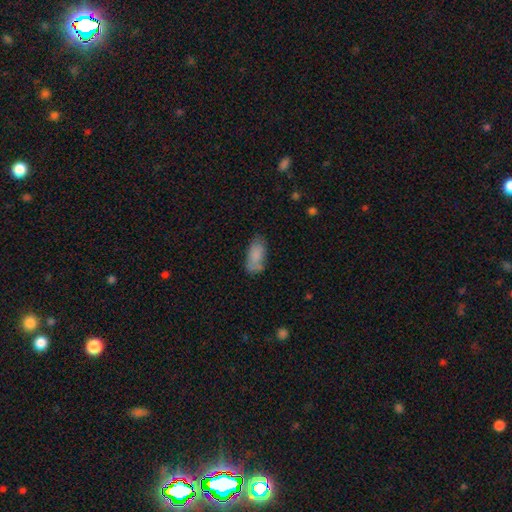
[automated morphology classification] smooth_or_featured: smooth (p=0.81) [alt: featured or disk p=0.11]
how_rounded: in between (p=0.90) [alt: cigar-shaped p=0.07]
merging: none (p=0.58) [alt: minor disturbance p=0.26]